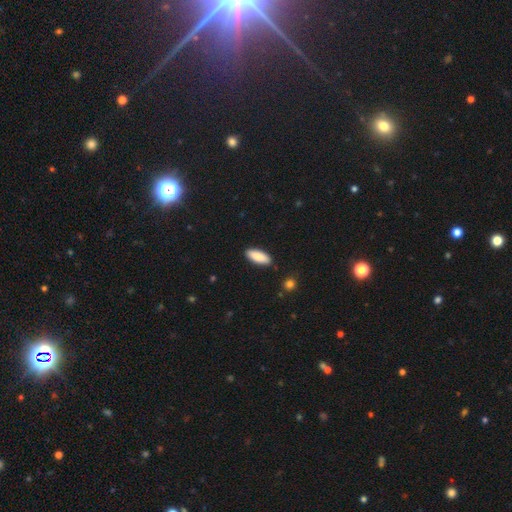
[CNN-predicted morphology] smooth-or-featured: smooth: 87% | featured or disk: 7% | star or artifact: 6%
  how-rounded: in between: 76% | cigar-shaped: 22% | round: 2%
  merging: none: 89% | minor disturbance: 8% | major disturbance: 2% | merger: 1%